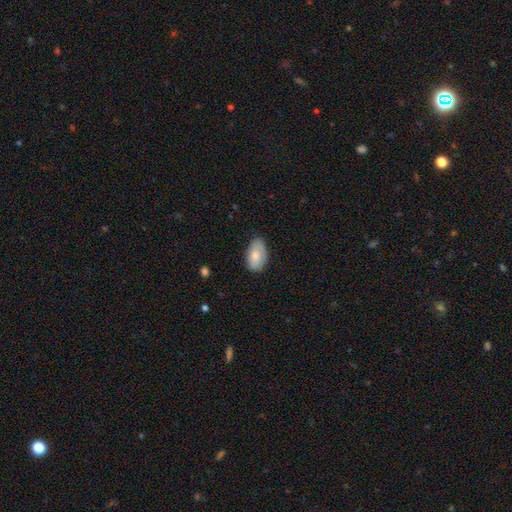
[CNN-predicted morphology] A smooth galaxy with no disk features (80%) that is in between round and cigar-shaped (94%).

Vote fractions:
- Smooth or featured? smooth: 80% / featured or disk: 14% / star or artifact: 6%
- How rounded? in between: 94% / round: 5% / cigar-shaped: 2%
- Merging? none: 73% / minor disturbance: 22% / major disturbance: 4% / merger: 1%